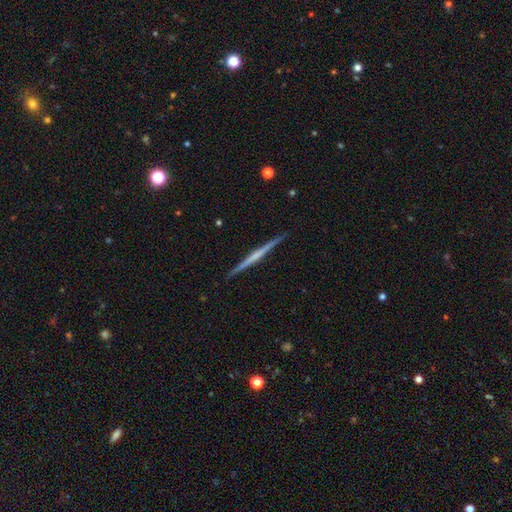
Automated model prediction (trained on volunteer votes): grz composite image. It shows a featured or disk galaxy (69%) viewed edge-on (98%) with no central bulge (68%). Merging: none (92%).